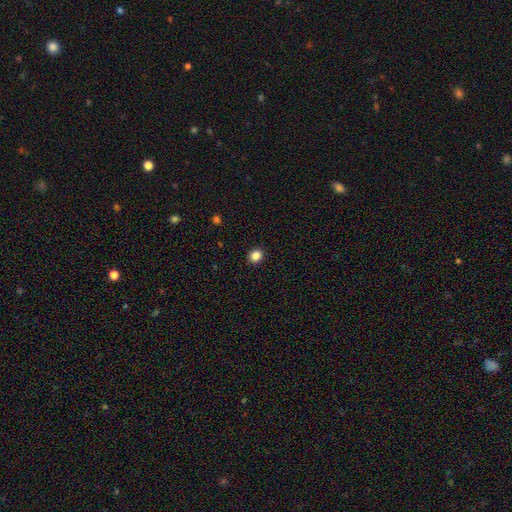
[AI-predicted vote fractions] Q: Smooth or featured?
A: smooth (85%); runner-up: star or artifact (11%)
Q: How rounded?
A: round (81%); runner-up: in between (18%)
Q: Merging?
A: none (92%); runner-up: minor disturbance (5%)